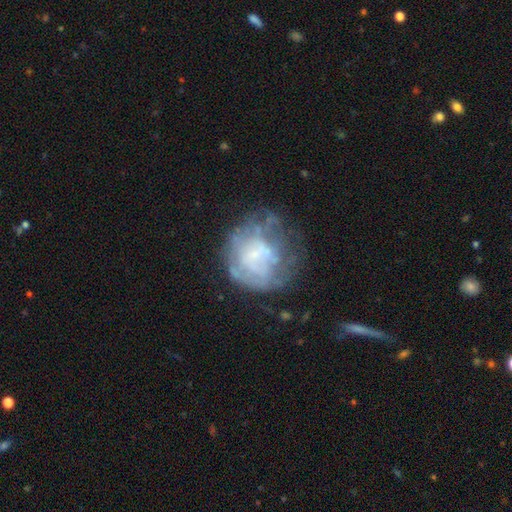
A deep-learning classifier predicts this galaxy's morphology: Smooth or featured? featured or disk (56%)
Edge-on disk? no (98%)
Bar? no (76%)
Spiral arms? no (74%)
Bulge size? none (40%)
Merging? none (47%)